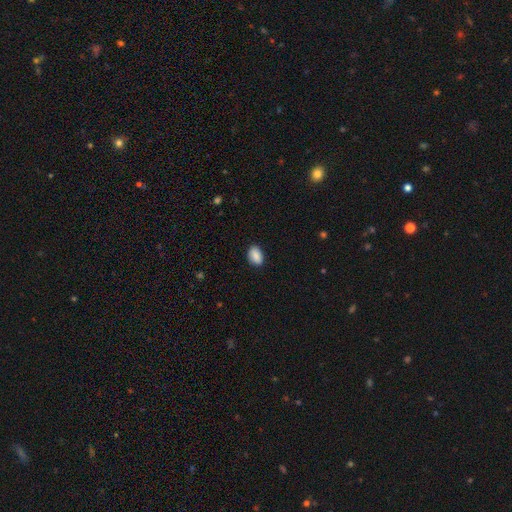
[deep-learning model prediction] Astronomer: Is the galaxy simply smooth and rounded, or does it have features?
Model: smooth — 88%.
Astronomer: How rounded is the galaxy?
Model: in between — 87%.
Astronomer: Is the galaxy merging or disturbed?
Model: none — 86%.